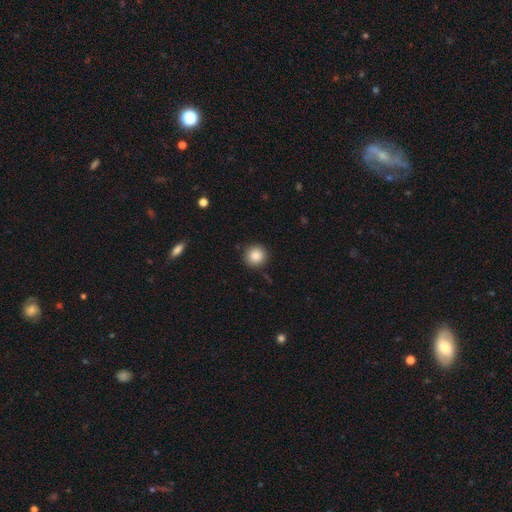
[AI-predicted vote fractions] A smooth galaxy with no disk features (87%) that is round (94%).

Vote fractions:
- Smooth or featured? smooth: 87% / star or artifact: 9% / featured or disk: 4%
- How rounded? round: 94% / in between: 5% / cigar-shaped: 1%
- Merging? none: 90% / minor disturbance: 7% / major disturbance: 2% / merger: 1%